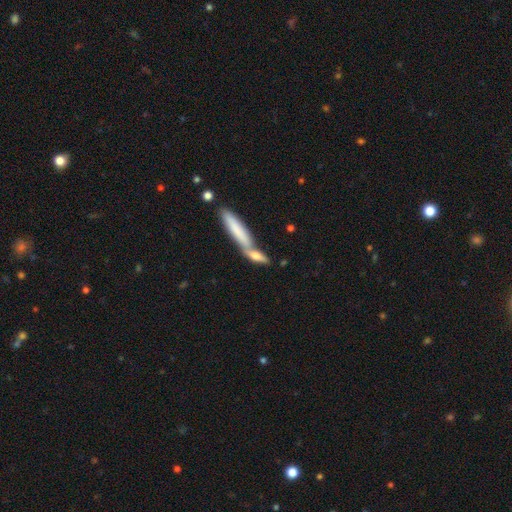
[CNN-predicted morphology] This is likely a smooth galaxy (68%). How rounded: likely cigar-shaped (65%). Merging: possibly merger (52%).